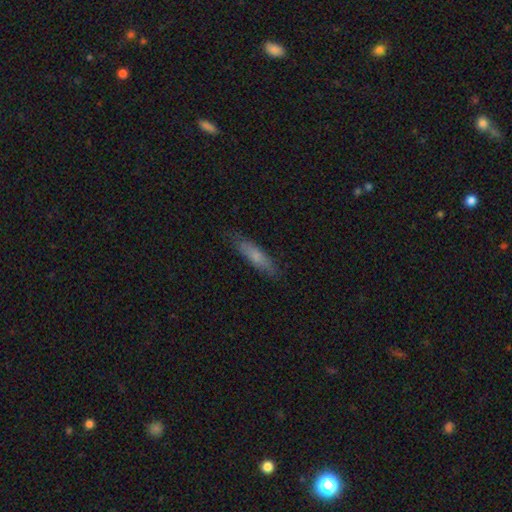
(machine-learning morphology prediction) smooth-or-featured: smooth: 69% | featured or disk: 25% | star or artifact: 6%
  how-rounded: cigar-shaped: 75% | in between: 23% | round: 2%
  merging: none: 81% | minor disturbance: 15% | major disturbance: 3% | merger: 1%